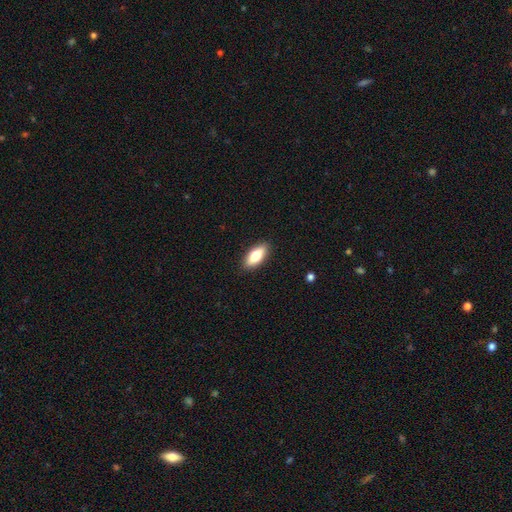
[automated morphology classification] Smooth or featured? smooth (76%)
How rounded? in between (81%)
Merging? none (89%)